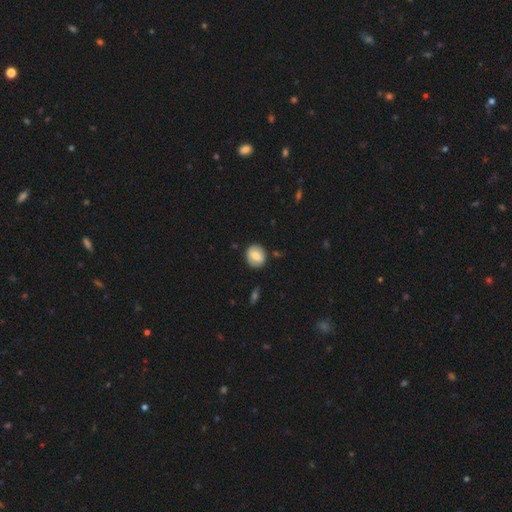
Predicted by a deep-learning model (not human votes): A smooth galaxy with no disk features (67%) that is round (73%). Merging: none (84%).